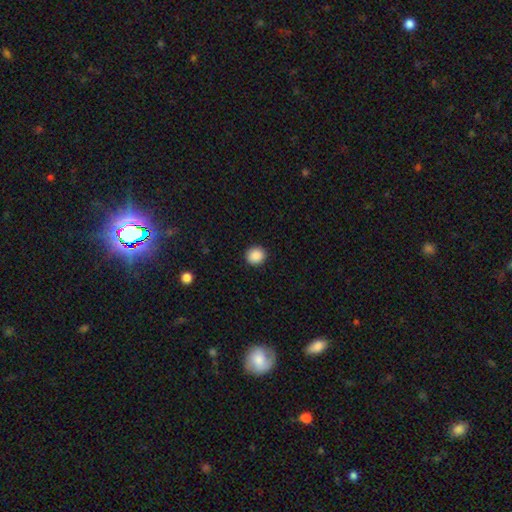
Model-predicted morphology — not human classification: type=smooth (89%); roundness=round (88%); merging=none (92%).